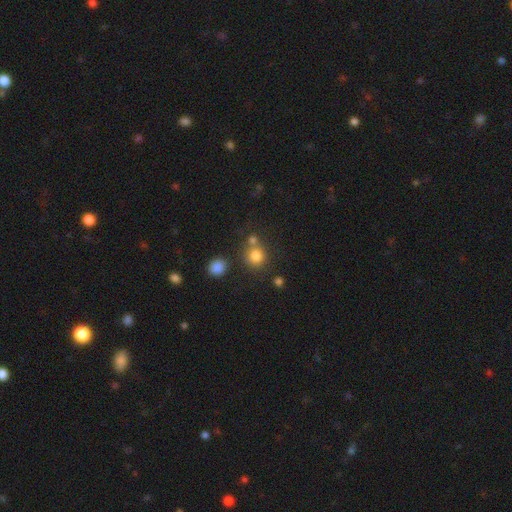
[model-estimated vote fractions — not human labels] Smooth or featured? smooth (79%)
How rounded? round (88%)
Merging? none (65%)